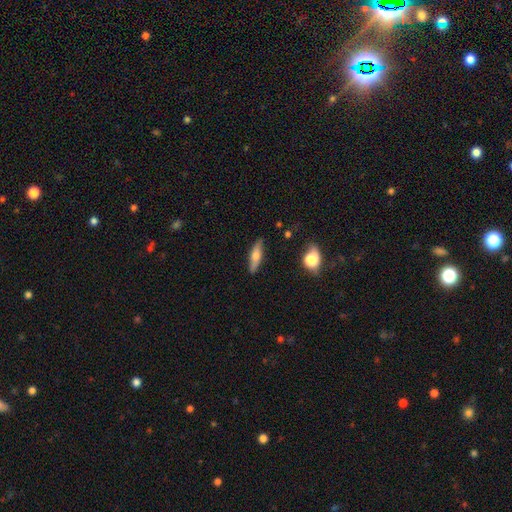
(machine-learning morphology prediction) The model was most divided on "smooth or featured": smooth: 56%, featured or disk: 37%, star or artifact: 7%. More confident: merging — none (84%); how rounded — cigar-shaped (61%).